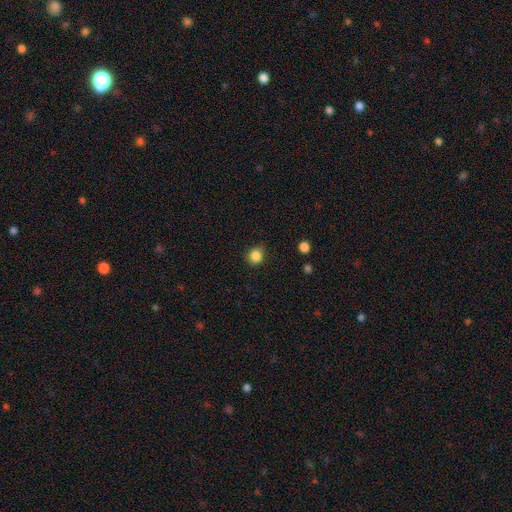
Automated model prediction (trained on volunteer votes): Overall: smooth (86%). How rounded: round (85%). Merging: none (81%).